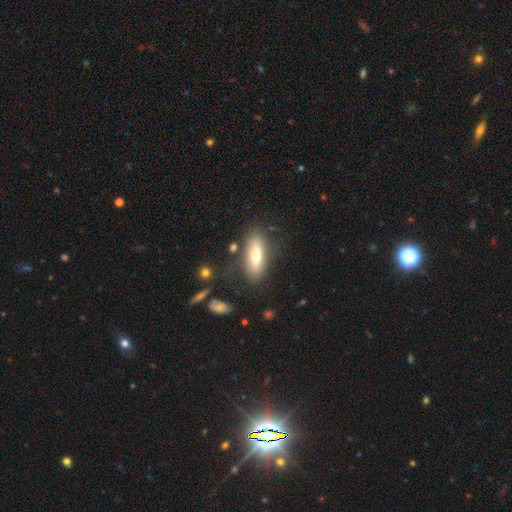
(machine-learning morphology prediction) smooth-or-featured: smooth: 62% | featured or disk: 31% | star or artifact: 7%
  how-rounded: in between: 65% | cigar-shaped: 33% | round: 3%
  merging: none: 75% | minor disturbance: 15% | major disturbance: 5% | merger: 4%